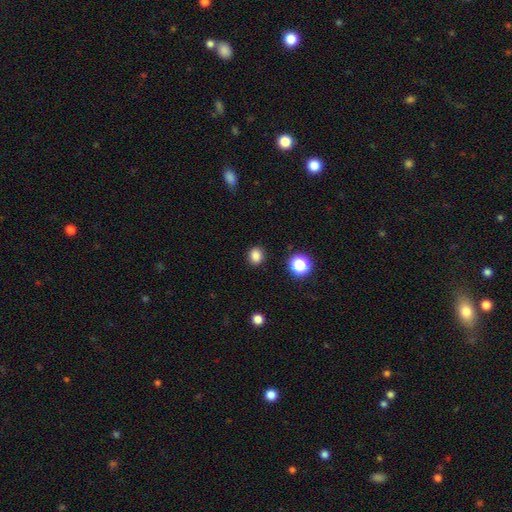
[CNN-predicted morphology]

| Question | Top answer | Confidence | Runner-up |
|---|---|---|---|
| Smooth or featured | smooth | 83% | star or artifact (13%) |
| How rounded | round | 70% | in between (29%) |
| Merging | none | 88% | minor disturbance (8%) |